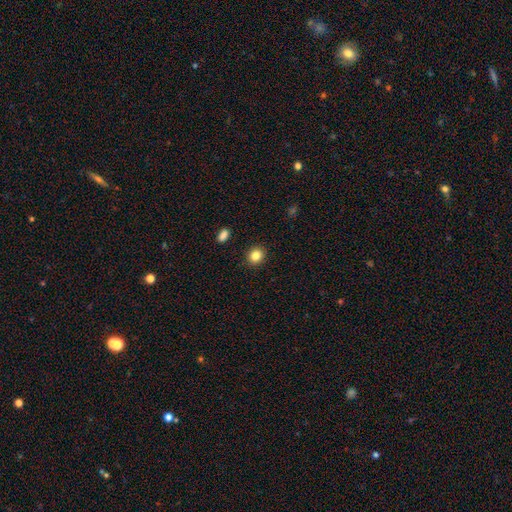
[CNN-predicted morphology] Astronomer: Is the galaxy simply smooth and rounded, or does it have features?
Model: smooth — 84%.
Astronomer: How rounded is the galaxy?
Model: round — 76%.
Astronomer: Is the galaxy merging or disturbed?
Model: none — 91%.